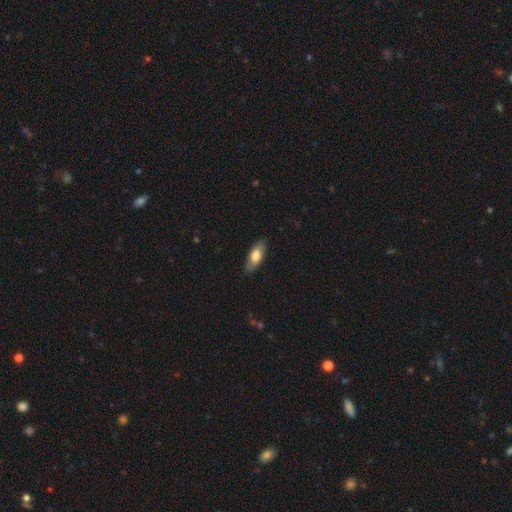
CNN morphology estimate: Overall: smooth (73%). How rounded: in between (81%). Merging: none (84%).